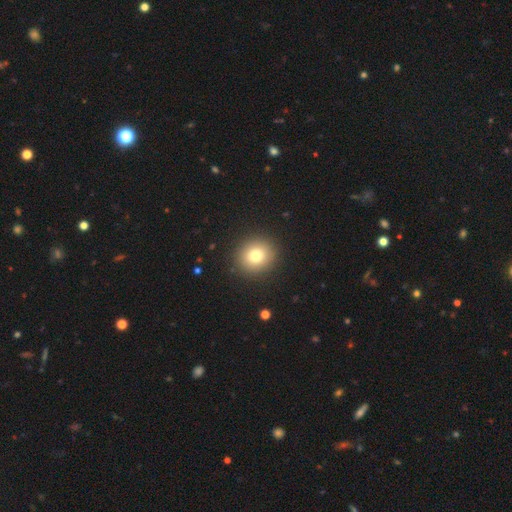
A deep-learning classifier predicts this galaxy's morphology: Smooth or featured: smooth — 78% (star or artifact — 11%)
How rounded: round — 83% (in between — 16%)
Merging: none — 90% (minor disturbance — 6%)